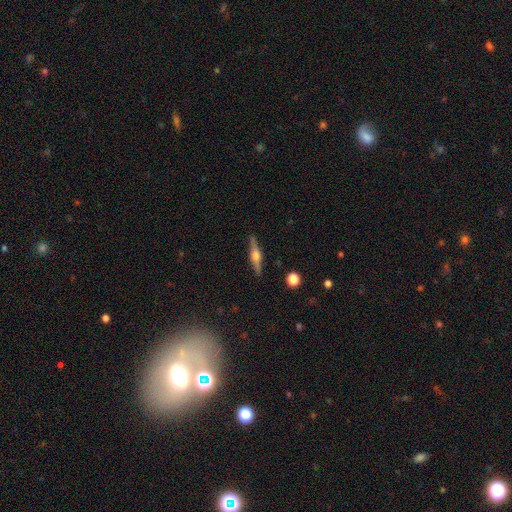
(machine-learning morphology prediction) featured or disk 69%, smooth 24%, star or artifact 6%. Down the decision tree: edge-on disk — yes (97%); edge-on bulge — rounded (90%); merging — none (89%).